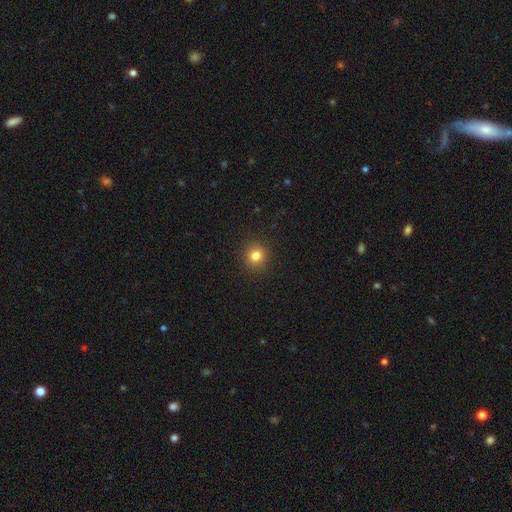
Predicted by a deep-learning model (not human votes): The model was most divided on "smooth or featured": smooth: 81%, star or artifact: 13%, featured or disk: 6%. More confident: merging — none (92%); how rounded — round (91%).